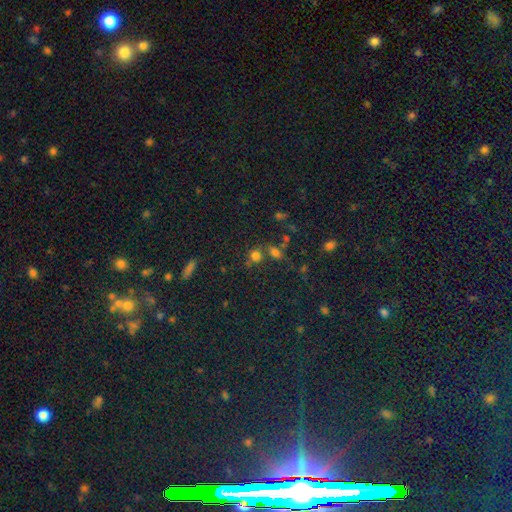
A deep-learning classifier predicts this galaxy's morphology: Smooth or featured? Predicted: smooth (p=0.67). How rounded? Predicted: round (p=0.72). Merging? Predicted: none (p=0.55).